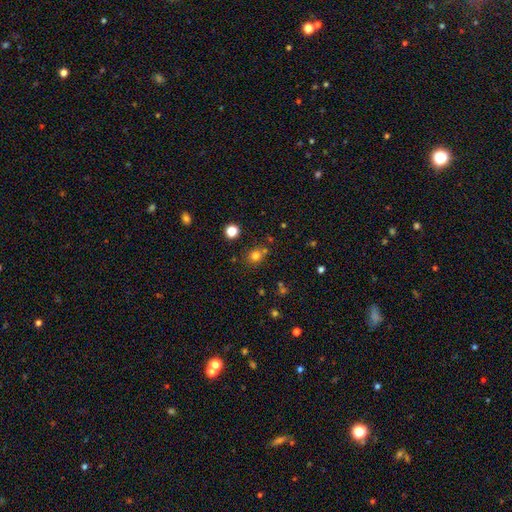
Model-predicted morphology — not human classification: Smooth or featured?
  - smooth: 75% *
  - star or artifact: 18%
  - featured or disk: 7%
How rounded?
  - round: 77% *
  - in between: 22%
  - cigar-shaped: 1%
Merging?
  - none: 71% *
  - merger: 13%
  - minor disturbance: 11%
  - major disturbance: 4%